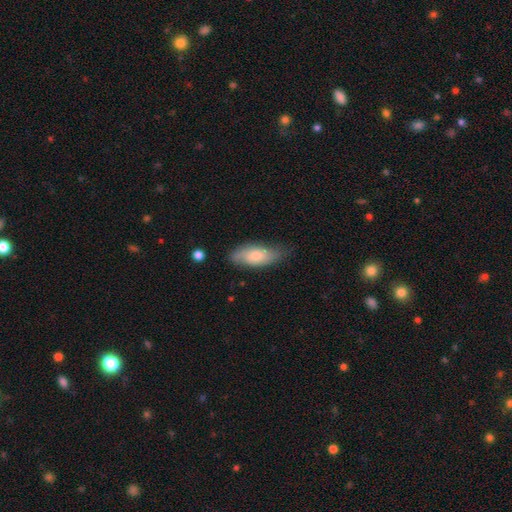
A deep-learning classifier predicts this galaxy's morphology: Smooth or featured? smooth (66%)
How rounded? in between (78%)
Merging? none (64%)